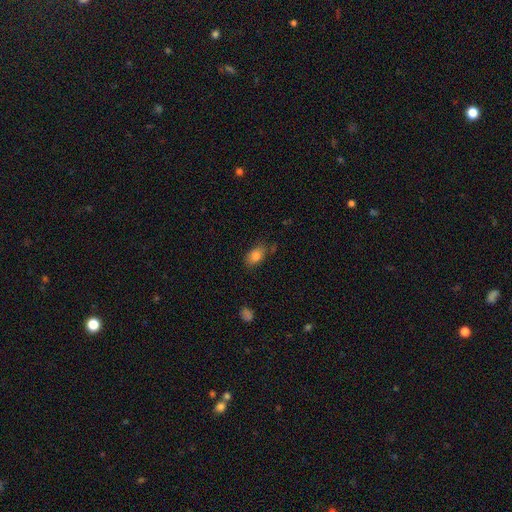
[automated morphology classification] type=smooth (83%); roundness=in between (87%); merging=none (74%).